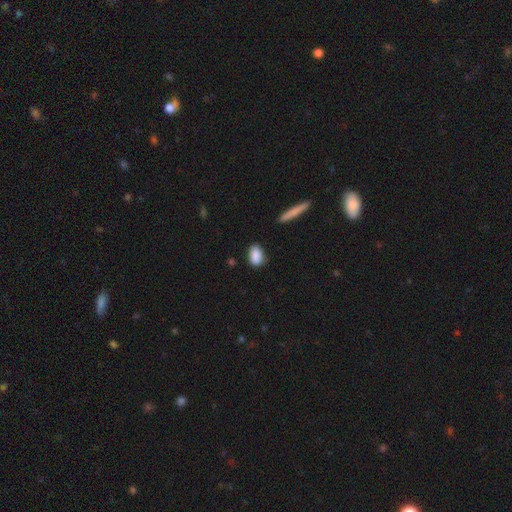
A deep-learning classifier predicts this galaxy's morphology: This is clearly a smooth galaxy (89%). How rounded: clearly in between (88%). Merging: clearly none (82%).